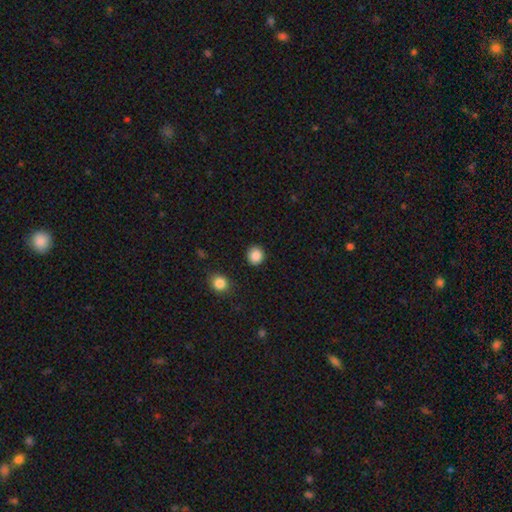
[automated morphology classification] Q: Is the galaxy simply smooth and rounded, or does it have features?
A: smooth — 88%.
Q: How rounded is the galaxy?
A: round — 89%.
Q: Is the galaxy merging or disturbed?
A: none — 90%.